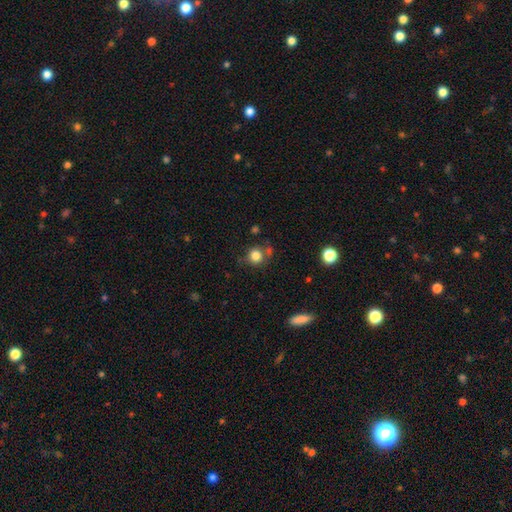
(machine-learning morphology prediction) This is clearly a smooth galaxy (82%). How rounded: clearly round (86%). Merging: likely none (67%).